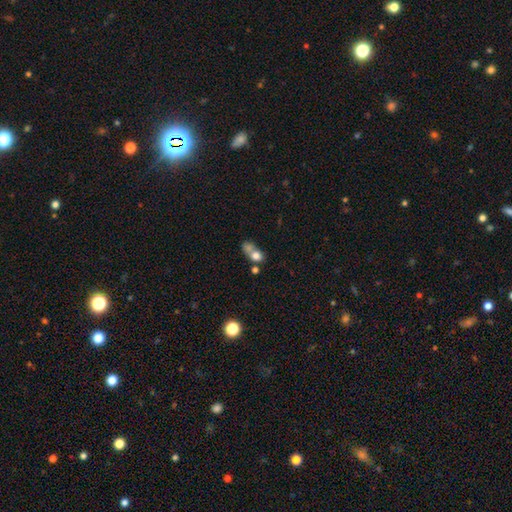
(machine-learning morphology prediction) smooth_or_featured: smooth (p=0.69) [alt: featured or disk p=0.19]
how_rounded: round (p=0.52) [alt: in between p=0.45]
merging: merger (p=0.61) [alt: none p=0.21]